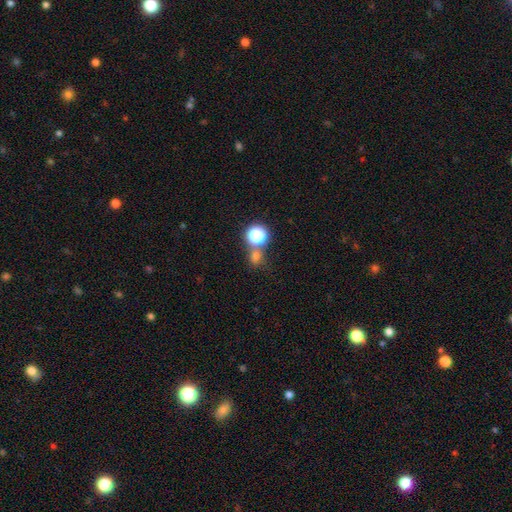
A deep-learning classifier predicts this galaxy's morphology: A smooth galaxy with no disk features (63%) that is round (73%). Merging: none (61%).